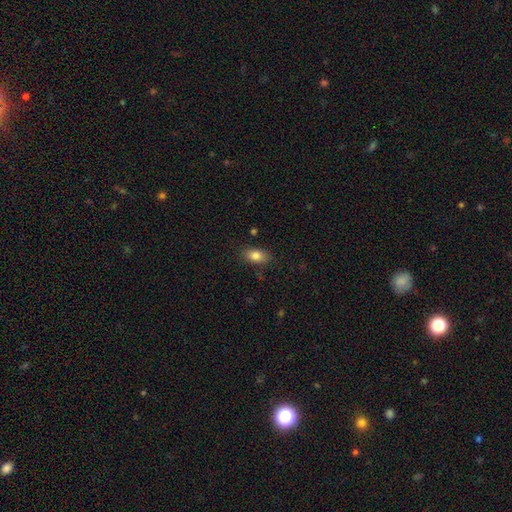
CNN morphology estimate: smooth_or_featured: smooth (p=0.84) [alt: star or artifact p=0.09]
how_rounded: in between (p=0.87) [alt: round p=0.10]
merging: none (p=0.84) [alt: minor disturbance p=0.12]